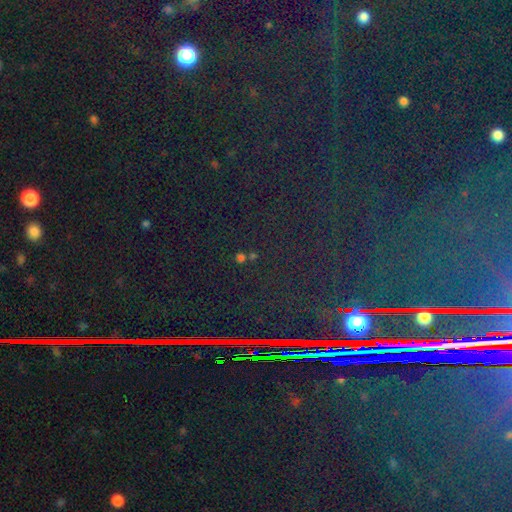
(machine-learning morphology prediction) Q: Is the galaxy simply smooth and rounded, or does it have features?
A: star or artifact — 86%.